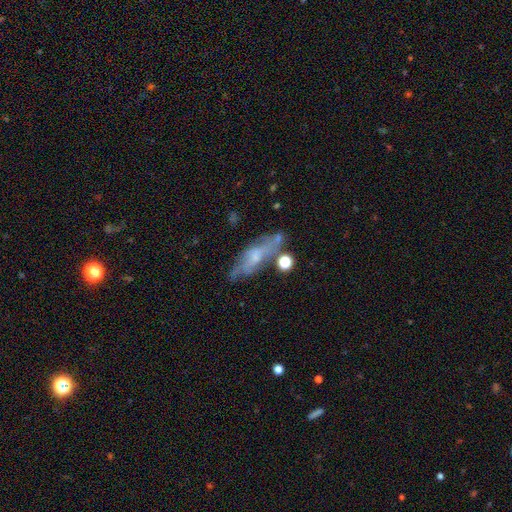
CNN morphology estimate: A featured or disk galaxy (59%). Merging: none (59%).